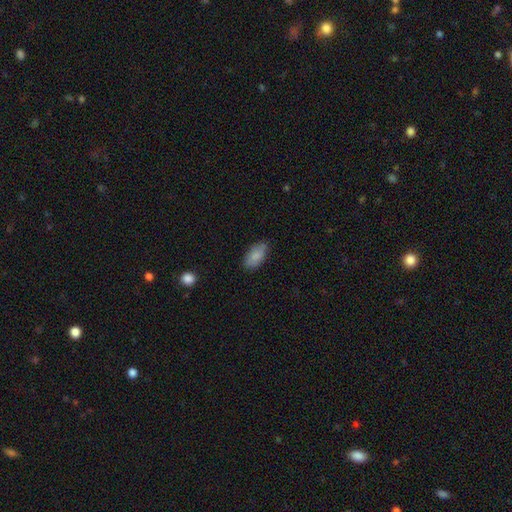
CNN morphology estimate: This is clearly a smooth galaxy (87%). How rounded: clearly in between (92%). Merging: clearly none (81%).